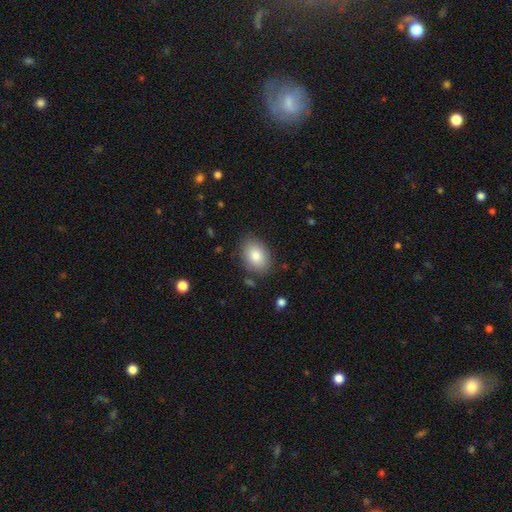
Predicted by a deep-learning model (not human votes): smooth 83%, featured or disk 9%, star or artifact 8%. Down the decision tree: how rounded — in between (78%); merging — none (83%).